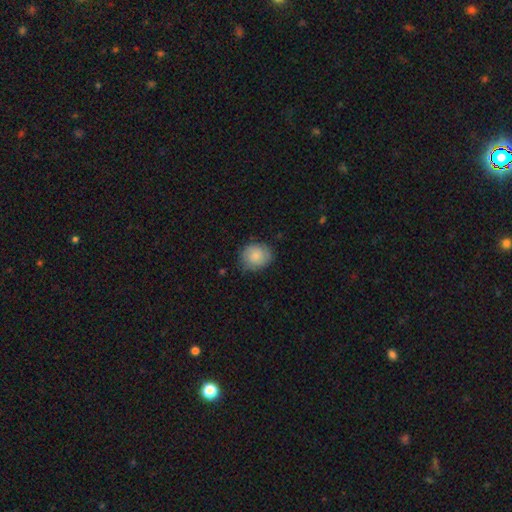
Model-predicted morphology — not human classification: A smooth galaxy with no disk features (83%) that is round (73%). Merging: none (76%).